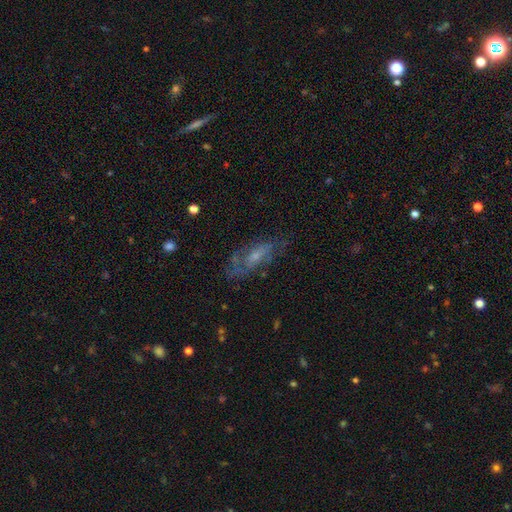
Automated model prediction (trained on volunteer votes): This is likely a featured or disk galaxy (61%). It is clearly not viewed edge-on (84%). Bar: likely no (61%). Spiral arm pattern: likely yes (68%). Central bulge: possibly small (56%). Merging: likely none (61%).